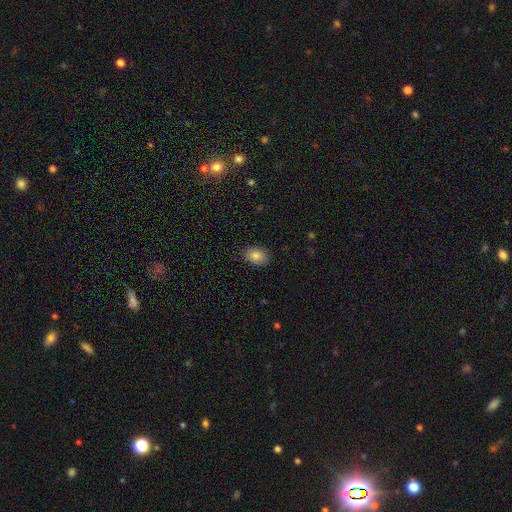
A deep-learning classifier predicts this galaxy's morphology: Smooth or featured: smooth — 85% (star or artifact — 8%)
How rounded: in between — 82% (round — 17%)
Merging: none — 87% (minor disturbance — 10%)